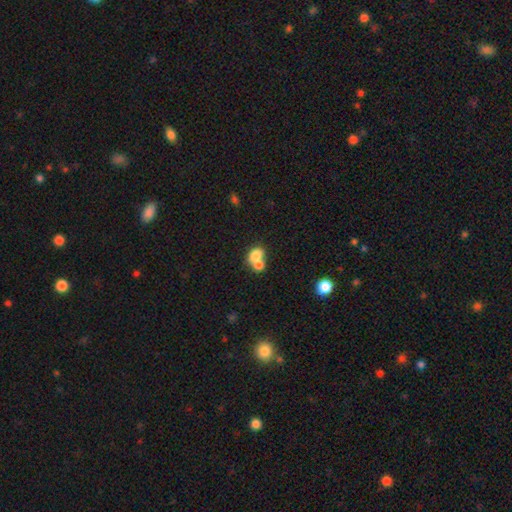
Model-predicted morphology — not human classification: smooth 76%, featured or disk 14%, star or artifact 10%. Down the decision tree: how rounded — in between (68%); merging — merger (62%).